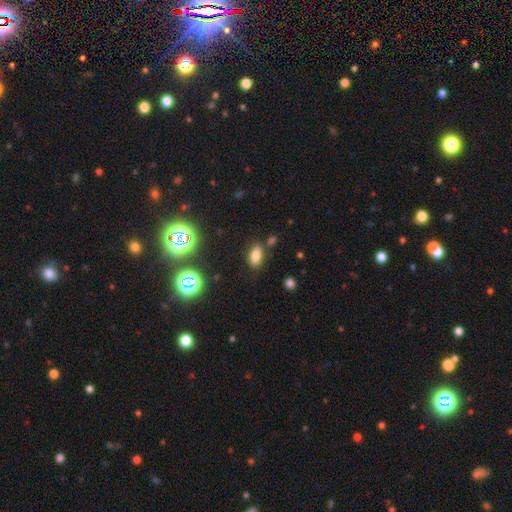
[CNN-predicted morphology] Smooth or featured: smooth — 72% (star or artifact — 18%)
How rounded: in between — 86% (cigar-shaped — 7%)
Merging: none — 78% (minor disturbance — 13%)